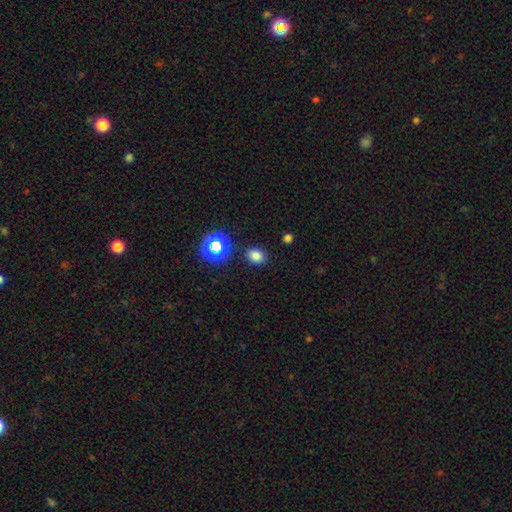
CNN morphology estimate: This appears to be a smooth galaxy with no disk features (76%) that is in between round and cigar-shaped (55%). Merging: none (85%).